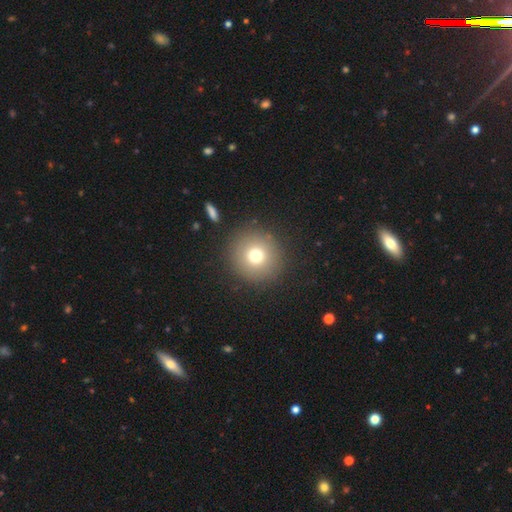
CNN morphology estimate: type=smooth (74%); roundness=round (95%); merging=none (89%).